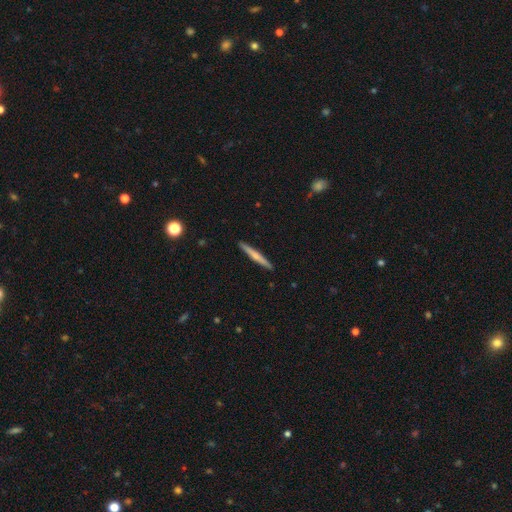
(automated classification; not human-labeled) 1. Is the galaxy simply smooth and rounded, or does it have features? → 49% smooth, 46% featured or disk, 5% star or artifact.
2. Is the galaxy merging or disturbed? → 92% none, 6% minor disturbance, 1% major disturbance, 1% merger.